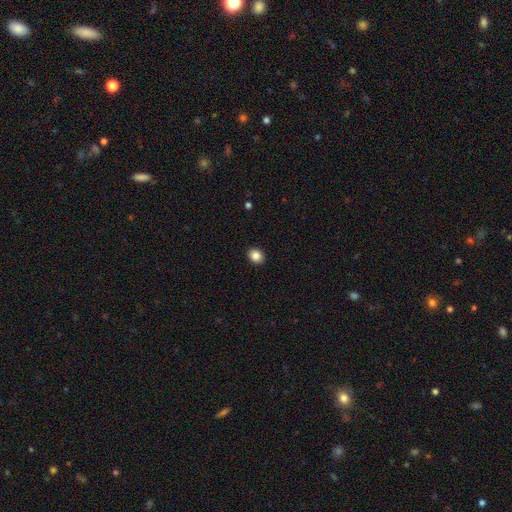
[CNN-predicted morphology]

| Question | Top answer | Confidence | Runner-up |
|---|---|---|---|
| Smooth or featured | smooth | 85% | star or artifact (10%) |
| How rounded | round | 60% | in between (39%) |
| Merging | none | 92% | minor disturbance (6%) |